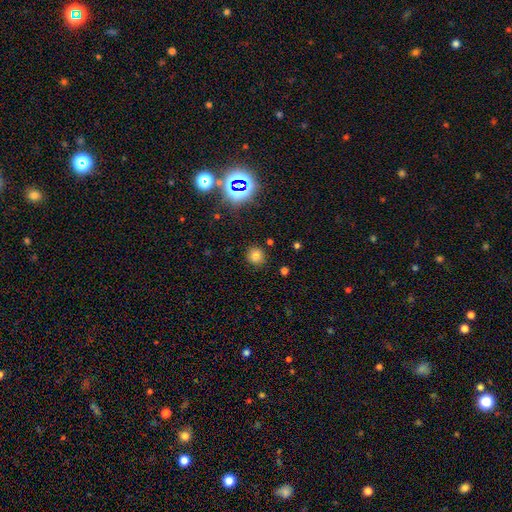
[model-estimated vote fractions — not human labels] A smooth galaxy with no disk features (74%) that is round (89%). Merging: none (87%).